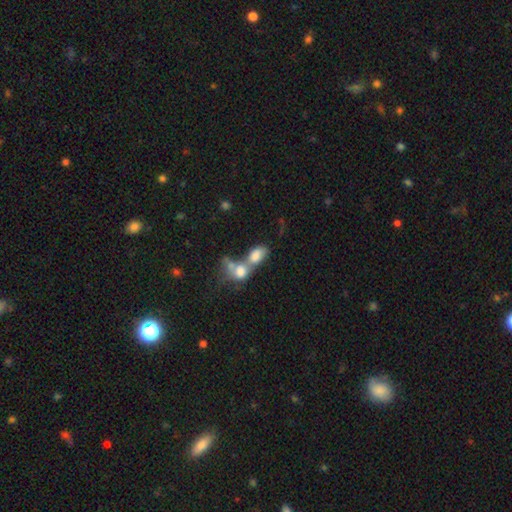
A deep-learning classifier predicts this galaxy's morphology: This appears to be a smooth galaxy with no disk features (73%) that is in between round and cigar-shaped (80%). Merging: merger (72%).